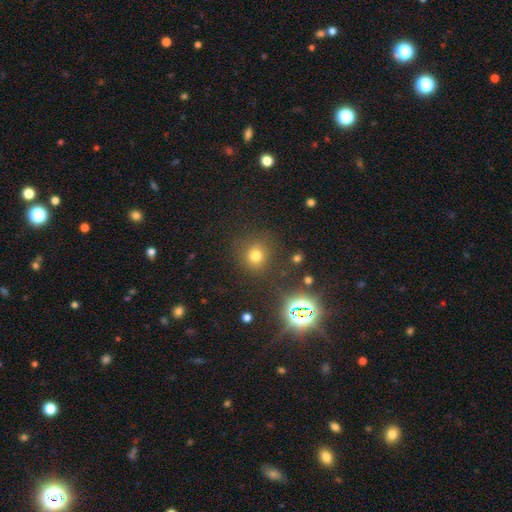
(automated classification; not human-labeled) The model was most divided on "smooth or featured": smooth: 70%, star or artifact: 23%, featured or disk: 7%. More confident: how rounded — round (89%); merging — none (82%).